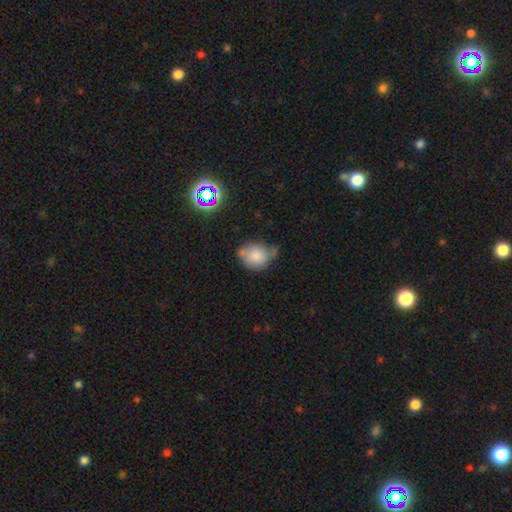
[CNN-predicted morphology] This appears to be a smooth galaxy with no disk features (80%) that is round (55%). Merging: none (44%).